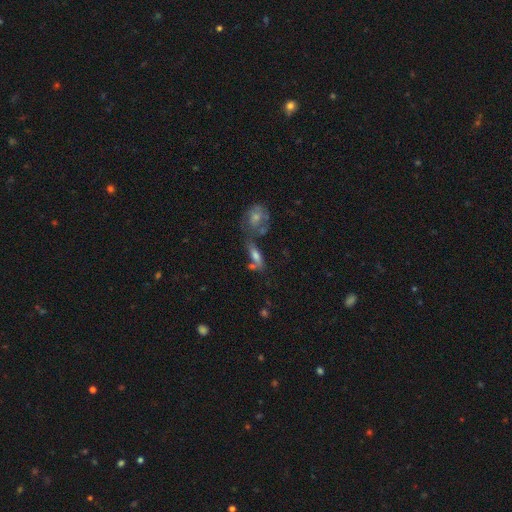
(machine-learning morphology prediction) This is possibly a smooth galaxy (58%). How rounded: possibly in between (55%). Merging: marginally none (42%).